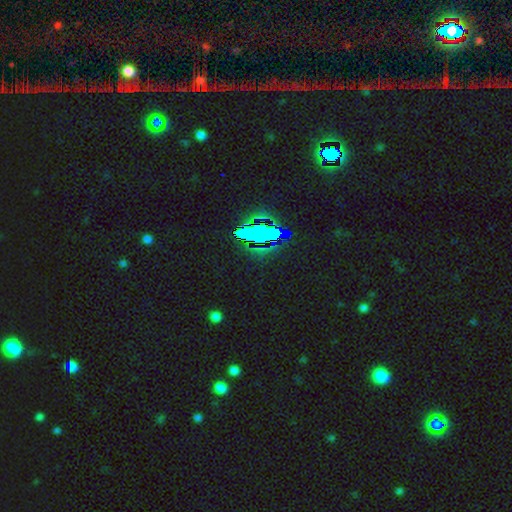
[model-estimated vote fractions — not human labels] star or artifact 83%, smooth 10%, featured or disk 7%.